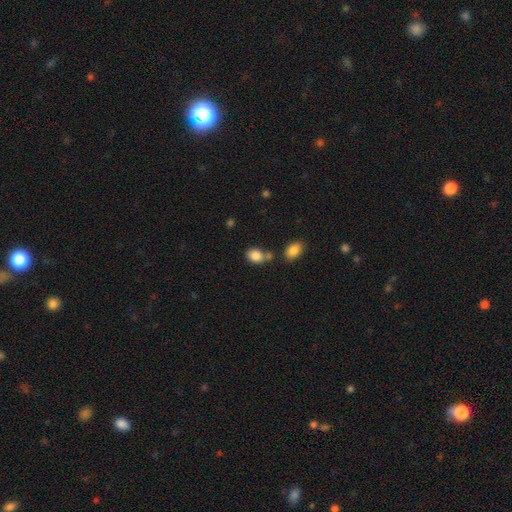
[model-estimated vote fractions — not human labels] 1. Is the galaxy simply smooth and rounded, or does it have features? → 85% smooth, 9% star or artifact, 6% featured or disk.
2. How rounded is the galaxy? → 64% in between, 34% round, 1% cigar-shaped.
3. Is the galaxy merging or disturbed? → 56% none, 25% merger, 15% minor disturbance, 4% major disturbance.